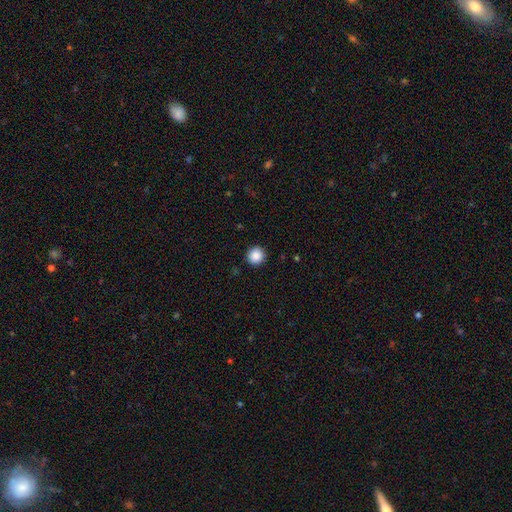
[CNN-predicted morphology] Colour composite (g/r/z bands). It shows a smooth galaxy with no disk features (88%) that is round (95%). Merging: none (92%).